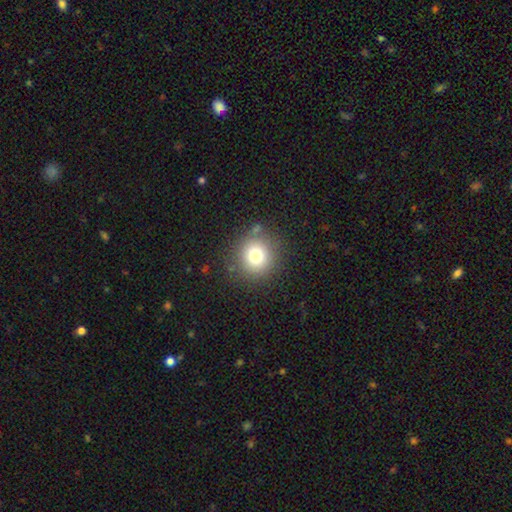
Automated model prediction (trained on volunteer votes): Overall: smooth (77%). How rounded: round (91%). Merging: none (83%).